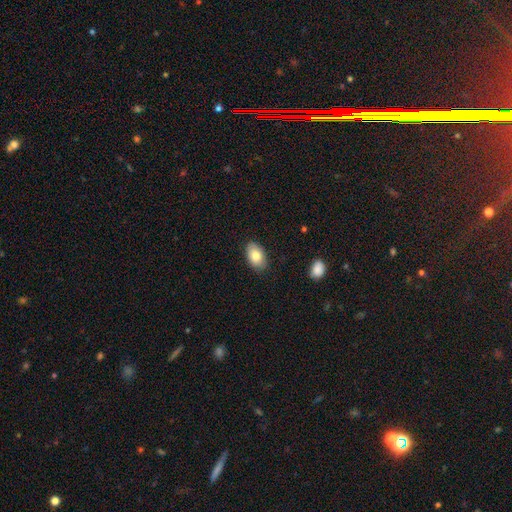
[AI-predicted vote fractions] Smooth or featured?
  - smooth: 81% *
  - featured or disk: 12%
  - star or artifact: 7%
How rounded?
  - in between: 90% *
  - round: 8%
  - cigar-shaped: 1%
Merging?
  - none: 85% *
  - minor disturbance: 12%
  - major disturbance: 2%
  - merger: 1%